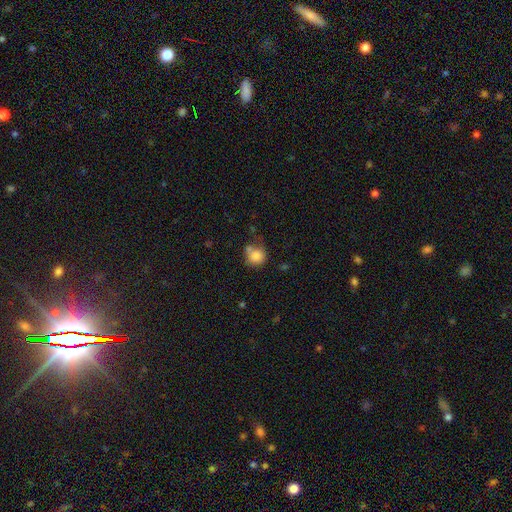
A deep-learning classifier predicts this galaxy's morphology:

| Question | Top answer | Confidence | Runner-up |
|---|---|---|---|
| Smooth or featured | smooth | 83% | star or artifact (9%) |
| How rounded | round | 84% | in between (15%) |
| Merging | none | 52% | minor disturbance (22%) |